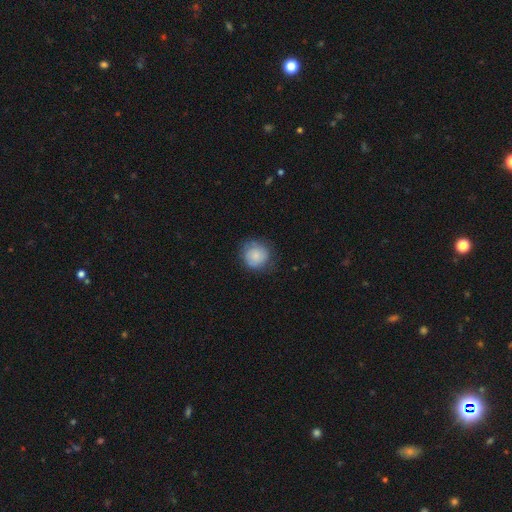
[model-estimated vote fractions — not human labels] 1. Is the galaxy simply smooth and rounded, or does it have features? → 76% smooth, 16% featured or disk, 8% star or artifact.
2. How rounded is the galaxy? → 90% round, 10% in between, 1% cigar-shaped.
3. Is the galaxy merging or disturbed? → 73% none, 20% minor disturbance, 6% major disturbance, 1% merger.